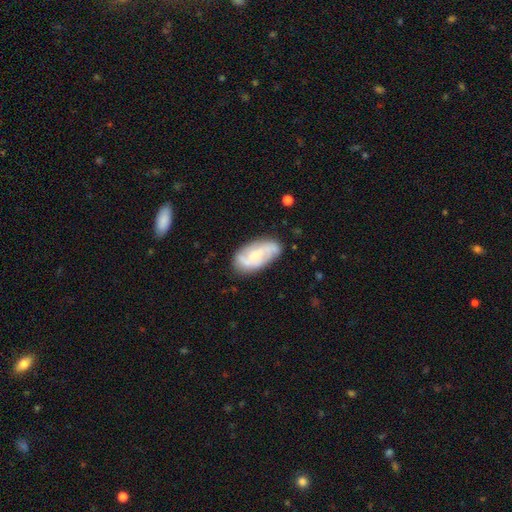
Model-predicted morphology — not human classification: This is likely a featured or disk galaxy (66%). It is clearly not viewed edge-on (95%). Bar: possibly no (59%). Spiral arm pattern: clearly yes (90%). Spiral arm count: possibly 2 (51%). Spiral winding: marginally medium (45%). Central bulge: possibly small (55%). Merging: likely none (73%).